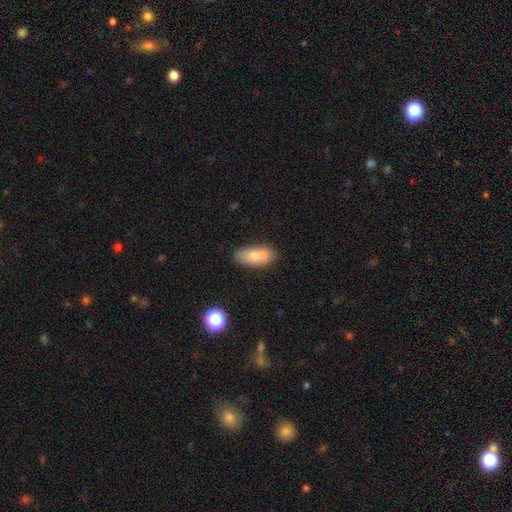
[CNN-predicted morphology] Smooth or featured?
  - smooth: 76% *
  - featured or disk: 16%
  - star or artifact: 8%
How rounded?
  - in between: 86% *
  - cigar-shaped: 11%
  - round: 3%
Merging?
  - none: 65% *
  - minor disturbance: 19%
  - merger: 11%
  - major disturbance: 5%